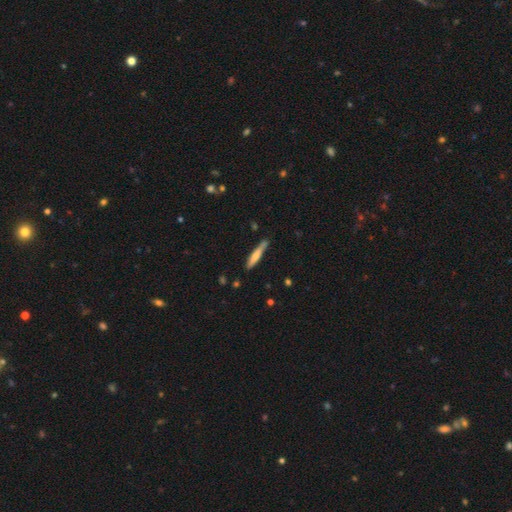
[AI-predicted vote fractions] Smooth or featured? smooth (60%)
How rounded? cigar-shaped (91%)
Merging? none (77%)